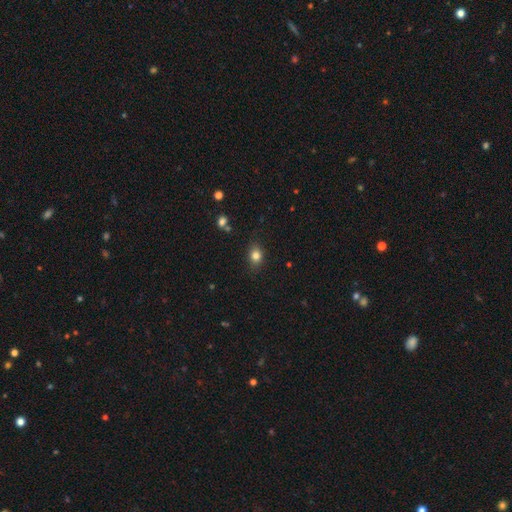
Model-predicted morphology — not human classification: smooth 81%, star or artifact 12%, featured or disk 8%. Down the decision tree: how rounded — in between (55%); merging — none (84%).